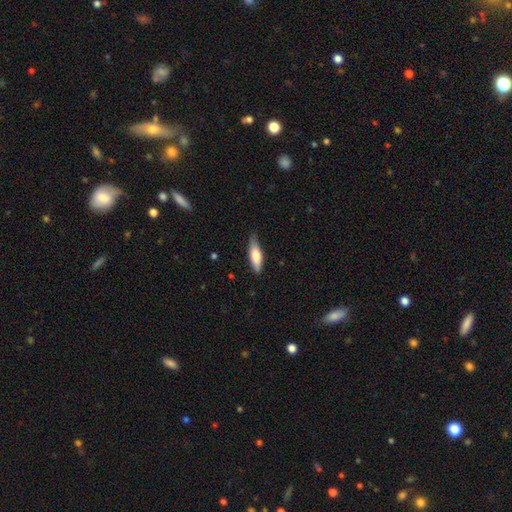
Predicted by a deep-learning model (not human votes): The model was most divided on "how rounded": cigar-shaped: 53%, in between: 45%, round: 2%. More confident: merging — none (72%); smooth or featured — smooth (71%).